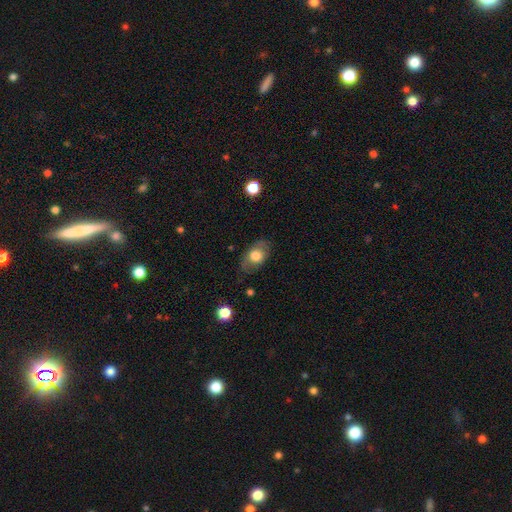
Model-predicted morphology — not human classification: type=smooth (70%); roundness=in between (82%); merging=none (76%).